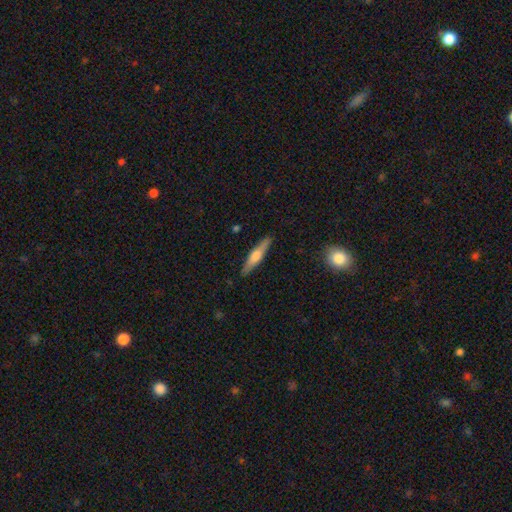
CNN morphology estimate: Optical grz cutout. It shows a featured or disk galaxy (53%) viewed edge-on (95%) with a rounded central bulge (83%). Merging: none (89%).